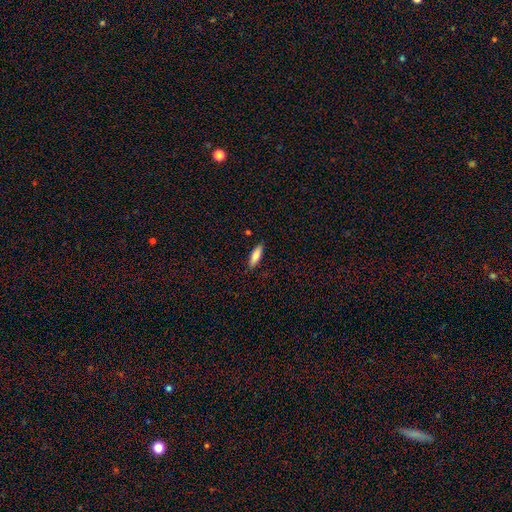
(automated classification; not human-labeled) This is clearly a smooth galaxy (80%). How rounded: possibly cigar-shaped (50%). Merging: clearly none (88%).